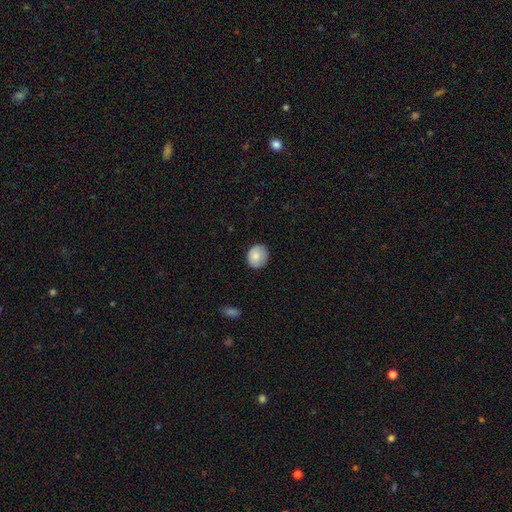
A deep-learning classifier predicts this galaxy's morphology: smooth 84%, featured or disk 9%, star or artifact 7%. Down the decision tree: how rounded — round (72%); merging — none (84%).